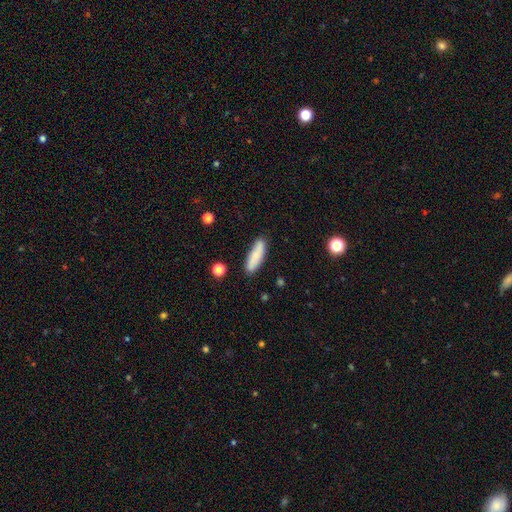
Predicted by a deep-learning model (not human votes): Smooth or featured?
  - smooth: 77% *
  - featured or disk: 16%
  - star or artifact: 7%
How rounded?
  - cigar-shaped: 59% *
  - in between: 39%
  - round: 2%
Merging?
  - none: 83% *
  - minor disturbance: 12%
  - merger: 3%
  - major disturbance: 2%